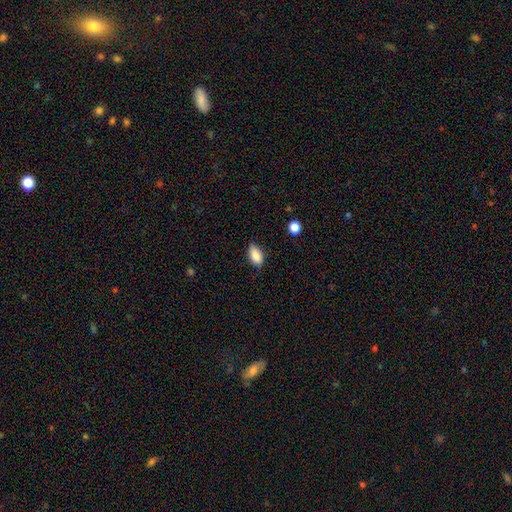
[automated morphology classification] Smooth or featured? Predicted: smooth (p=0.87). How rounded? Predicted: in between (p=0.90). Merging? Predicted: none (p=0.75).